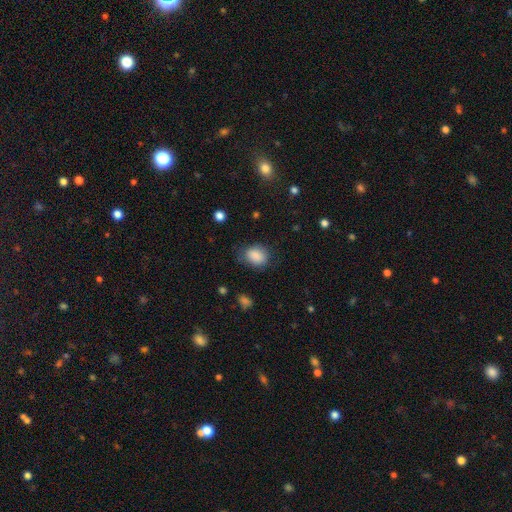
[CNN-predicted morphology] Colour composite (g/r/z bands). It shows a smooth galaxy with no disk features (87%) that is in between round and cigar-shaped (54%). Merging: none (70%).